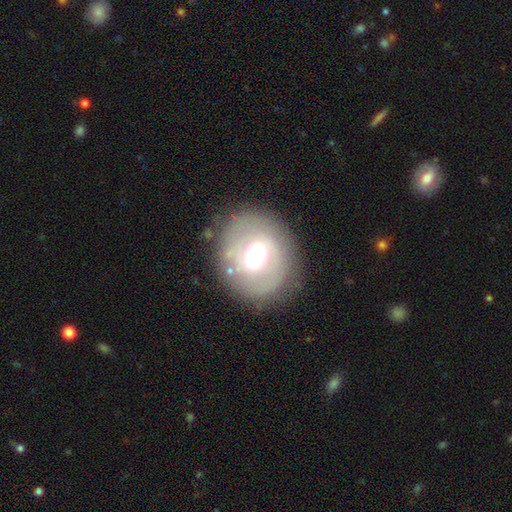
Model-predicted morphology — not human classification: This is possibly a featured or disk galaxy (52%). It is clearly not viewed edge-on (94%). Merging: likely none (78%).